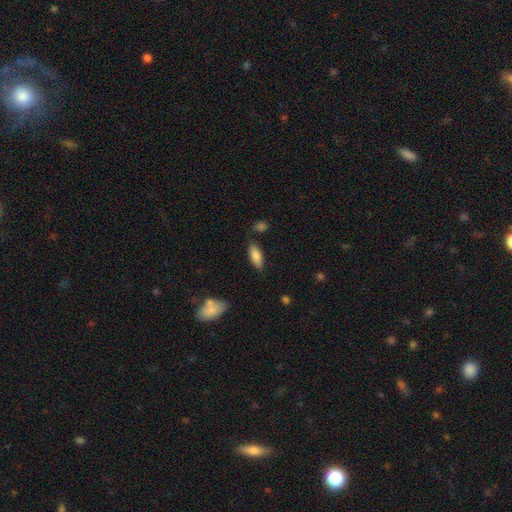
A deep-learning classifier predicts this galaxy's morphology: Overall: smooth (83%). How rounded: in between (80%). Merging: none (81%).